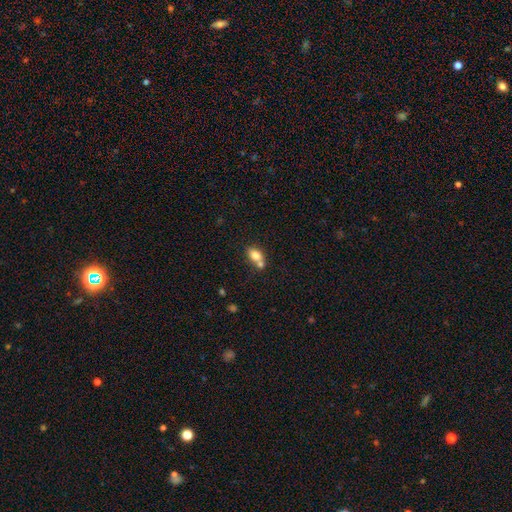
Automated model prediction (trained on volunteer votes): This is likely a smooth galaxy (78%). How rounded: likely in between (74%). Merging: possibly merger (47%).